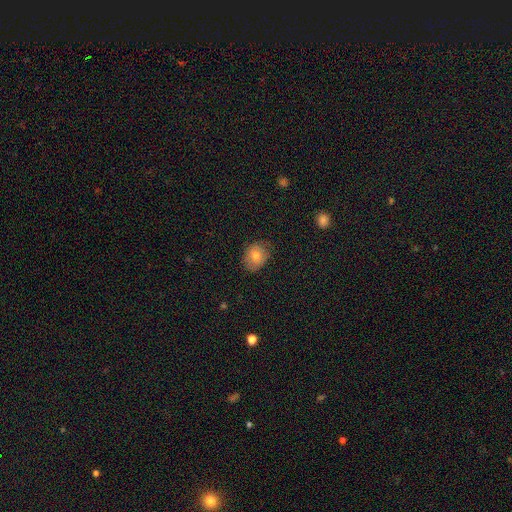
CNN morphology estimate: This appears to be a smooth galaxy with no disk features (75%) that is in between round and cigar-shaped (54%). Merging: none (77%).